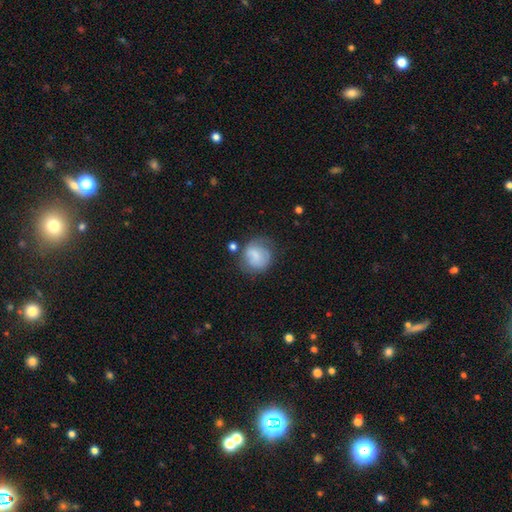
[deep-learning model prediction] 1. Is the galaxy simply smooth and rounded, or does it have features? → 67% smooth, 24% featured or disk, 8% star or artifact.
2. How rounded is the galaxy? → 78% round, 21% in between, 1% cigar-shaped.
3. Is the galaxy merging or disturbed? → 53% none, 27% minor disturbance, 14% major disturbance, 6% merger.